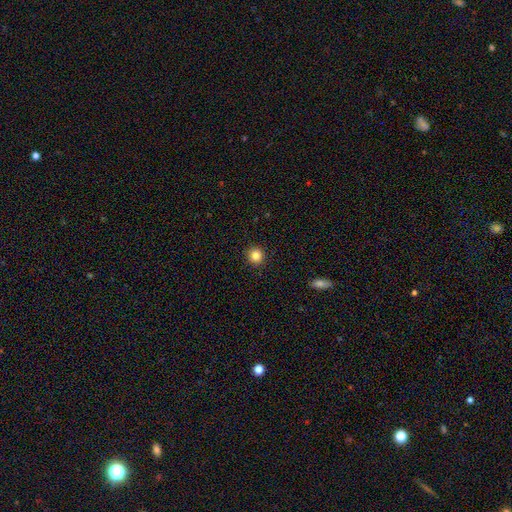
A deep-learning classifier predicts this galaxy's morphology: smooth-or-featured: smooth: 84% | star or artifact: 11% | featured or disk: 5%
  how-rounded: round: 94% | in between: 5% | cigar-shaped: 1%
  merging: none: 92% | minor disturbance: 5% | major disturbance: 2% | merger: 1%